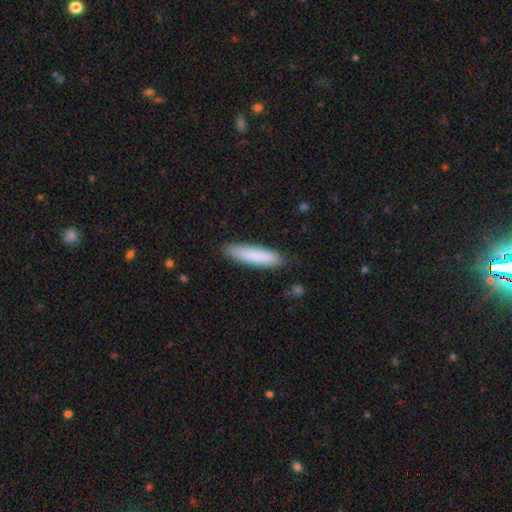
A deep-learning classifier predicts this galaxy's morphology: Smooth or featured? smooth (85%)
How rounded? cigar-shaped (80%)
Merging? none (87%)